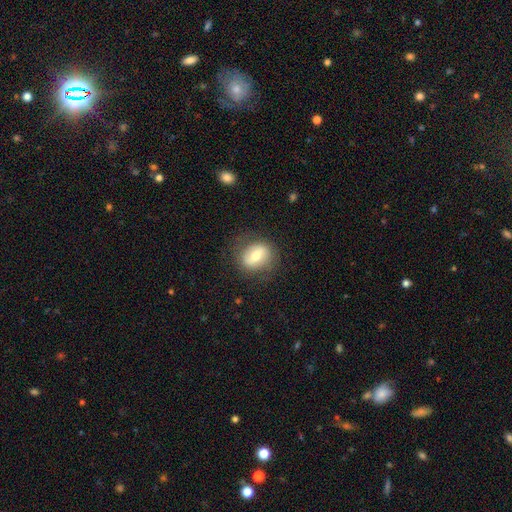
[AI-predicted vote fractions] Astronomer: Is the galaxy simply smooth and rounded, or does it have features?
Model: smooth — 62%.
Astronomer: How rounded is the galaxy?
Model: round — 53% (runner-up: in between, 46%).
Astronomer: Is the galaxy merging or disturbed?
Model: none — 76%.